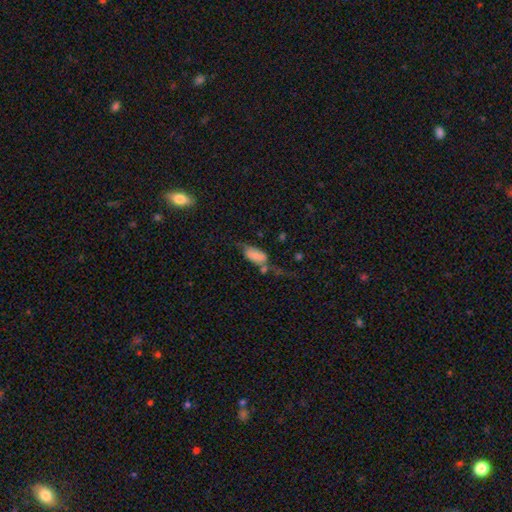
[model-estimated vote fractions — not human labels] Overall: smooth (70%). How rounded: in between (90%). Merging: none (34%; minor disturbance 26%).